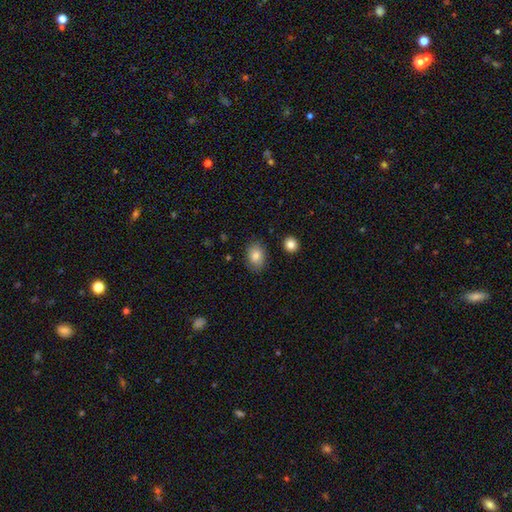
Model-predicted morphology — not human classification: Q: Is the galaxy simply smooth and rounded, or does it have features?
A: smooth — 82%.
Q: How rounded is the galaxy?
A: in between — 71%.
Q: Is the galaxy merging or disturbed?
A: none — 84%.